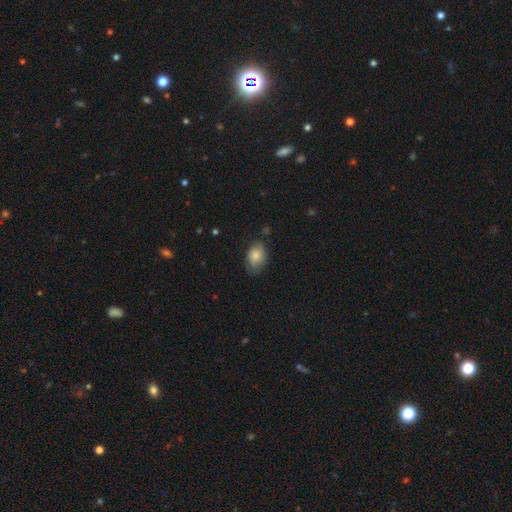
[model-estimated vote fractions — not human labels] A smooth galaxy with no disk features (80%) that is in between round and cigar-shaped (79%). Merging: none (66%).